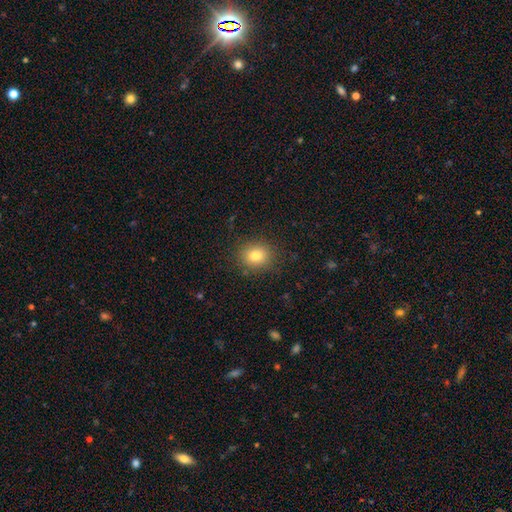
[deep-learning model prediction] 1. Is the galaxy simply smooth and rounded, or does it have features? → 79% smooth, 12% star or artifact, 8% featured or disk.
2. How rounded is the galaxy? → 75% round, 24% in between, 1% cigar-shaped.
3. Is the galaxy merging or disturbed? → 87% none, 8% minor disturbance, 3% major disturbance, 1% merger.